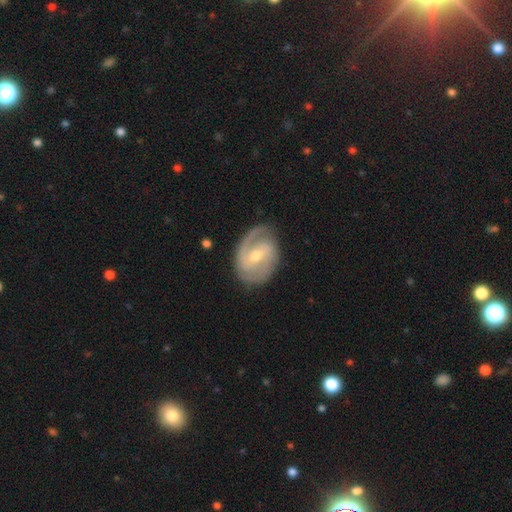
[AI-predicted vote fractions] Smooth or featured? Predicted: featured or disk (p=0.86). Edge-on disk? Predicted: no (p=0.97). Bar? Predicted: weak (p=0.51). Spiral arms? Predicted: yes (p=0.95). Spiral winding? Predicted: tight (p=0.44). Spiral arm count? Predicted: 2 (p=0.70). Bulge size? Predicted: moderate (p=0.53). Merging? Predicted: none (p=0.75).